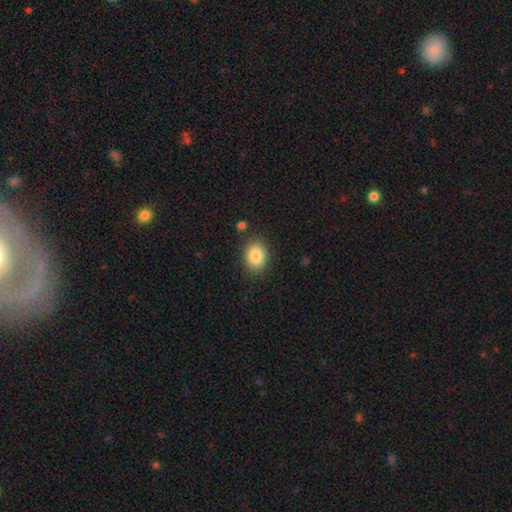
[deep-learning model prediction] This appears to be a smooth galaxy with no disk features (85%) that is in between round and cigar-shaped (63%). Merging: none (85%).